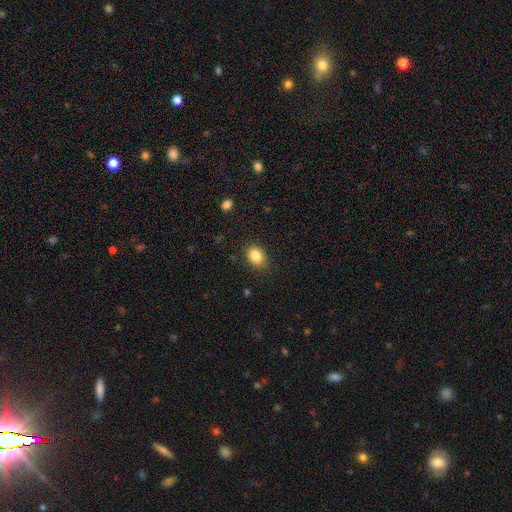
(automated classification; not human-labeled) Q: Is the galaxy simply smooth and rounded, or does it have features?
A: smooth — 85%.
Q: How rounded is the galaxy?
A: in between — 69%.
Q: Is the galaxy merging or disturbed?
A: none — 86%.